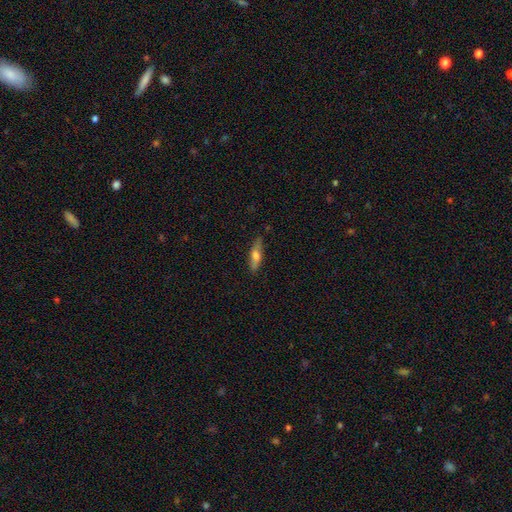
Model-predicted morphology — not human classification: A smooth galaxy with no disk features (56%) that is cigar-shaped (61%).

Vote fractions:
- Smooth or featured? smooth: 56% / featured or disk: 38% / star or artifact: 6%
- How rounded? cigar-shaped: 61% / in between: 36% / round: 3%
- Merging? none: 82% / minor disturbance: 14% / major disturbance: 2% / merger: 1%